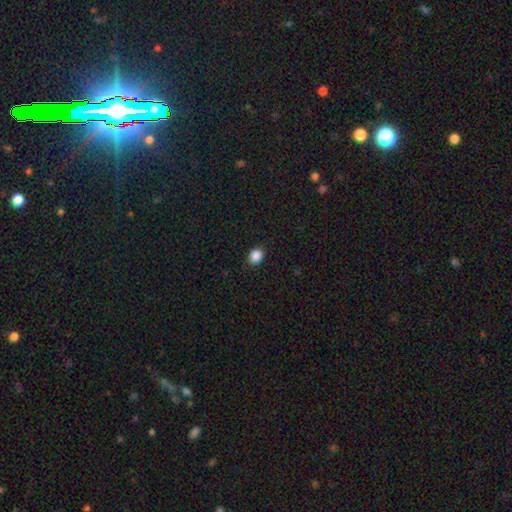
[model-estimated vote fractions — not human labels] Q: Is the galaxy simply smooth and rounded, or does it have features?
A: smooth — 87%.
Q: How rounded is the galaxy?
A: round — 67%.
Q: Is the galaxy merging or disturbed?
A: none — 90%.